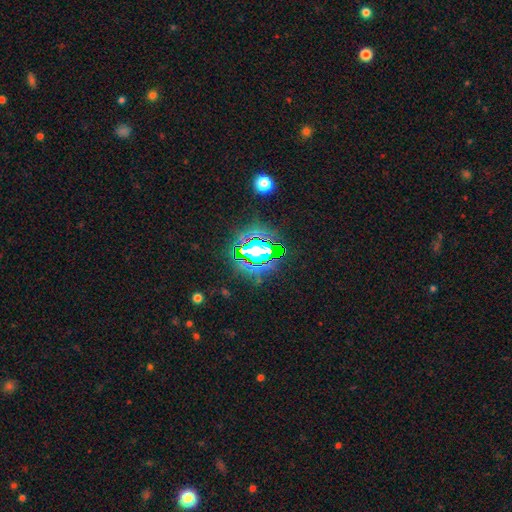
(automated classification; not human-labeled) This is clearly a star or artifact rather than a galaxy (82%).